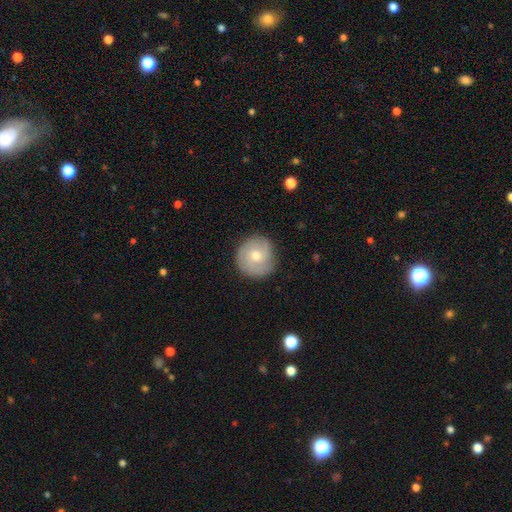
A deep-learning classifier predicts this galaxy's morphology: A smooth galaxy with no disk features (47%). Merging: none (83%).